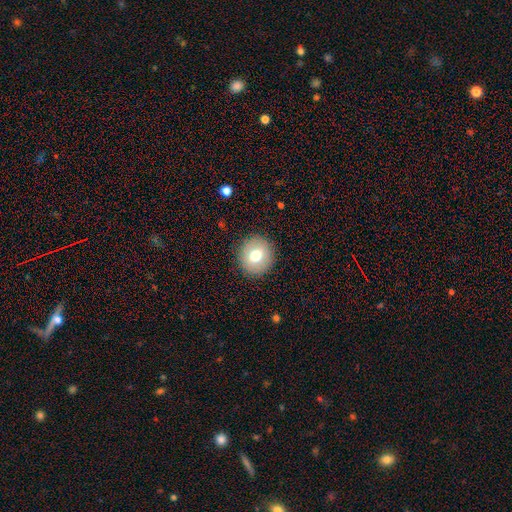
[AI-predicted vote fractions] A smooth galaxy with no disk features (73%) that is round (88%).

Vote fractions:
- Smooth or featured? smooth: 73% / featured or disk: 18% / star or artifact: 10%
- How rounded? round: 88% / in between: 11% / cigar-shaped: 1%
- Merging? none: 90% / minor disturbance: 6% / major disturbance: 2% / merger: 1%